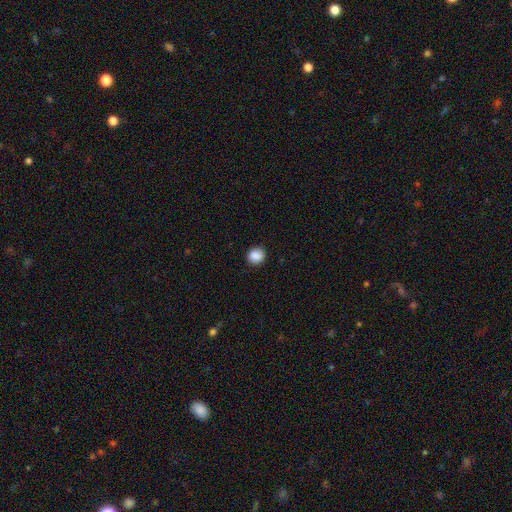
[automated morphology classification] This is clearly a smooth galaxy (88%). How rounded: clearly round (85%). Merging: clearly none (90%).